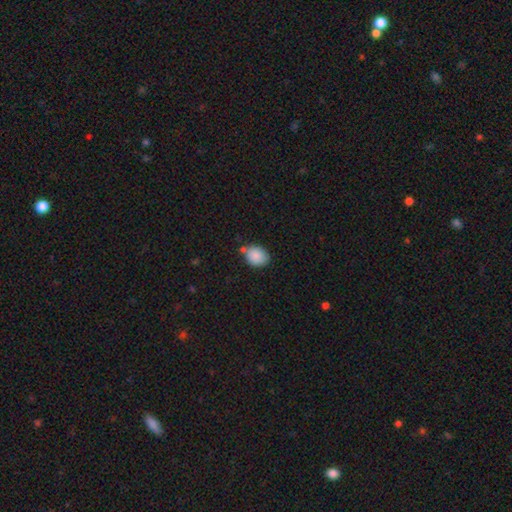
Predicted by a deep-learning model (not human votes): Smooth or featured? smooth (88%)
How rounded? round (51%)
Merging? none (66%)